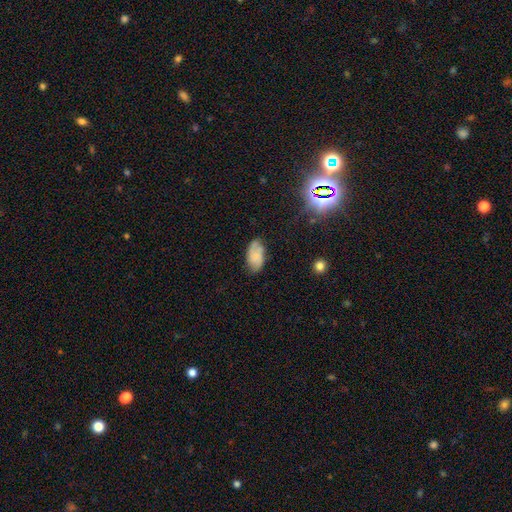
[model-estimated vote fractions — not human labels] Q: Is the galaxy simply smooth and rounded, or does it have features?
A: smooth — 65%.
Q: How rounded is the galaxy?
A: in between — 93%.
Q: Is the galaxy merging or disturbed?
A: none — 69%.